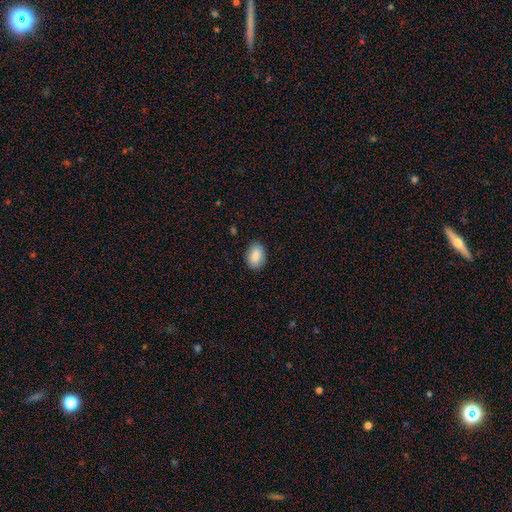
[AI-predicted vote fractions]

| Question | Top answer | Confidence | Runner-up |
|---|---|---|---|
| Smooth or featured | smooth | 87% | star or artifact (7%) |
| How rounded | in between | 81% | round (18%) |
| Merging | none | 86% | minor disturbance (11%) |